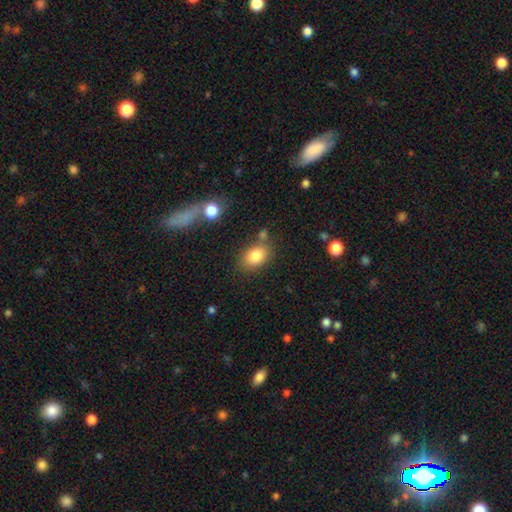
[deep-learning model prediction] A smooth galaxy with no disk features (83%) that is in between round and cigar-shaped (76%).

Vote fractions:
- Smooth or featured? smooth: 83% / star or artifact: 9% / featured or disk: 8%
- How rounded? in between: 76% / round: 22% / cigar-shaped: 1%
- Merging? none: 69% / minor disturbance: 16% / merger: 11% / major disturbance: 5%